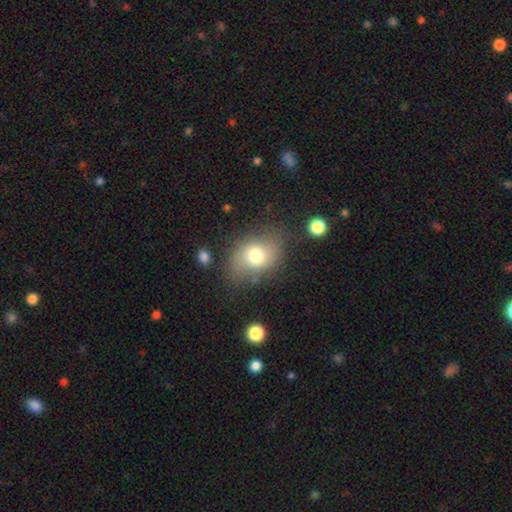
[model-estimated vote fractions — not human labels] Smooth or featured: smooth — 70% (featured or disk — 19%)
How rounded: in between — 68% (round — 31%)
Merging: none — 68% (minor disturbance — 20%)